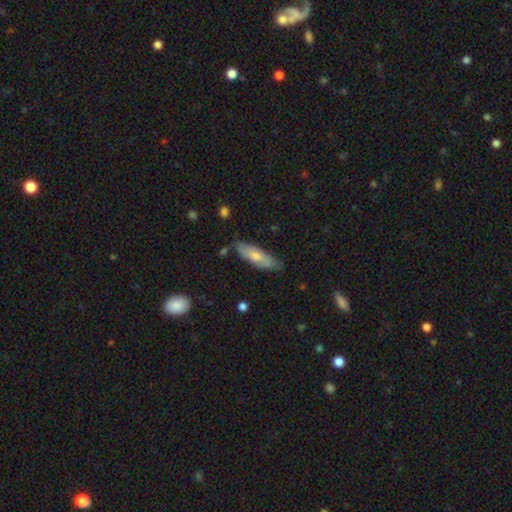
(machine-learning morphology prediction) smooth-or-featured: smooth: 59% | featured or disk: 35% | star or artifact: 6%
  how-rounded: cigar-shaped: 52% | in between: 46% | round: 2%
  merging: none: 76% | minor disturbance: 20% | major disturbance: 3% | merger: 2%